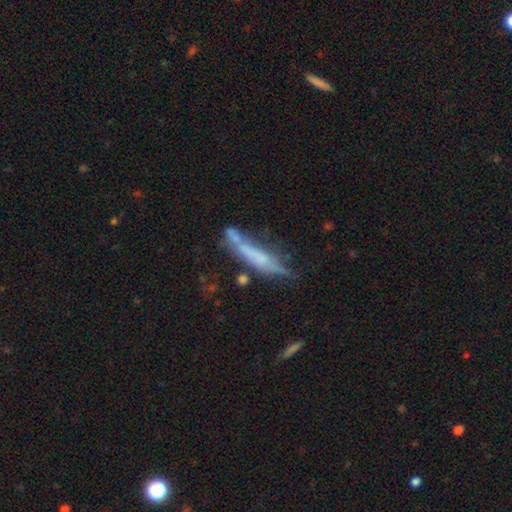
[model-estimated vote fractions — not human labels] A featured or disk galaxy (50%) viewed edge-on (73%).

Vote fractions:
- Smooth or featured? featured or disk: 50% / smooth: 40% / star or artifact: 10%
- Edge-on disk? yes: 73% / no: 27%
- Merging? none: 42% / minor disturbance: 25% / major disturbance: 17% / merger: 16%